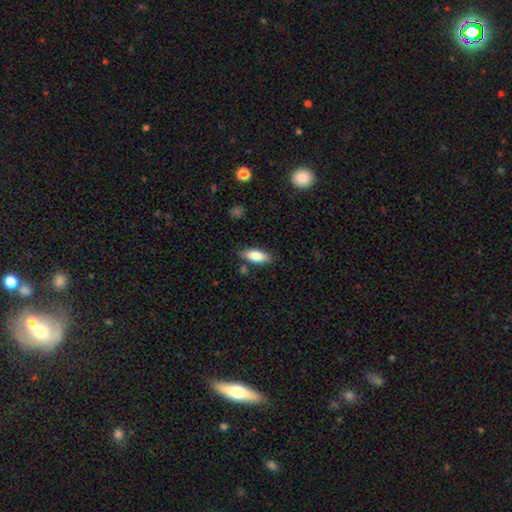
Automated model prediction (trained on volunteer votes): smooth_or_featured: smooth (p=0.82) [alt: featured or disk p=0.11]
how_rounded: in between (p=0.77) [alt: cigar-shaped p=0.21]
merging: none (p=0.81) [alt: minor disturbance p=0.13]